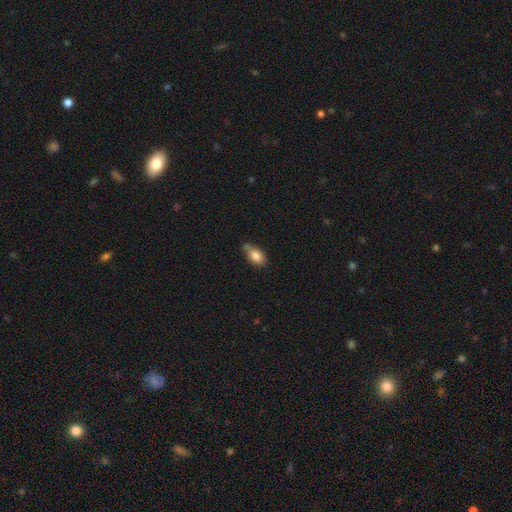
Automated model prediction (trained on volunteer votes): Smooth or featured? Predicted: smooth (p=0.81). How rounded? Predicted: in between (p=0.86). Merging? Predicted: none (p=0.51).